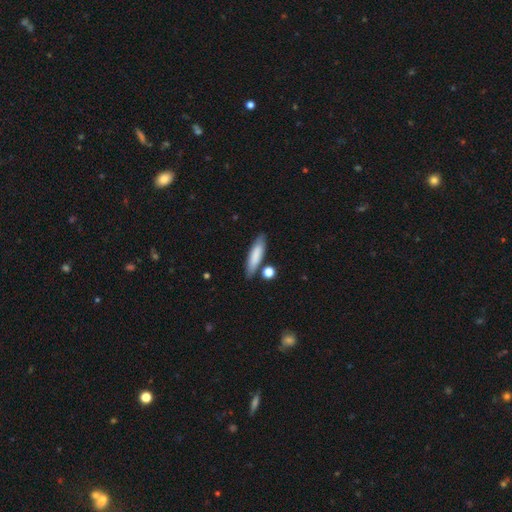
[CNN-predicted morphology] Smooth or featured?
  - smooth: 80% *
  - featured or disk: 14%
  - star or artifact: 6%
How rounded?
  - cigar-shaped: 66% *
  - in between: 32%
  - round: 2%
Merging?
  - none: 77% *
  - minor disturbance: 13%
  - merger: 8%
  - major disturbance: 3%